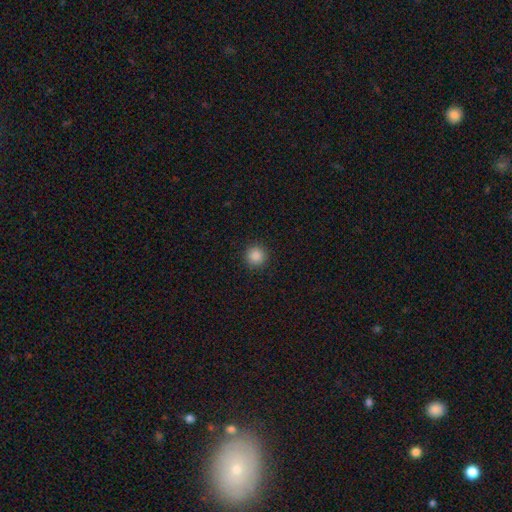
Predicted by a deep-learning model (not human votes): Smooth or featured? Predicted: smooth (p=0.87). How rounded? Predicted: round (p=0.95). Merging? Predicted: none (p=0.92).